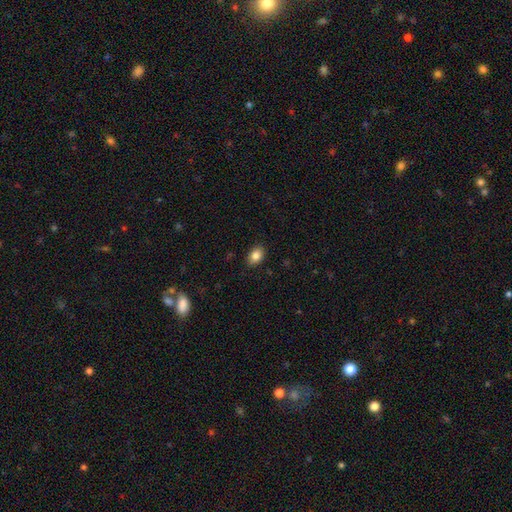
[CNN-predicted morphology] Overall: smooth (85%). How rounded: in between (80%). Merging: none (87%).